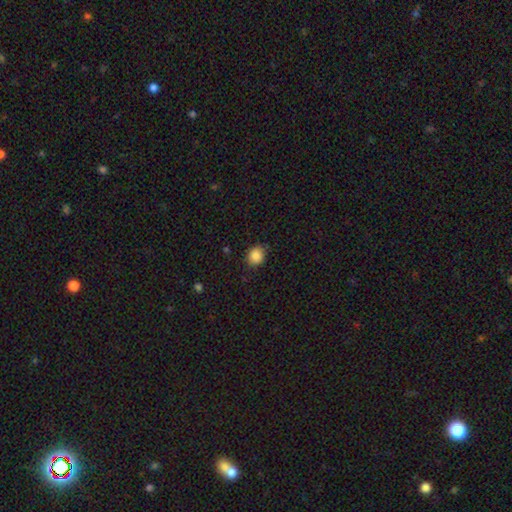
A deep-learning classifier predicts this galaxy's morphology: Overall: smooth (87%). How rounded: round (74%). Merging: none (84%).